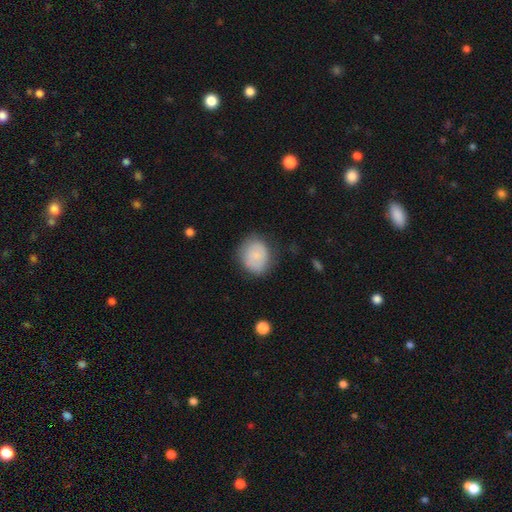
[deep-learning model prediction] Q: Smooth or featured?
A: smooth (78%); runner-up: featured or disk (15%)
Q: How rounded?
A: round (64%); runner-up: in between (35%)
Q: Merging?
A: none (73%); runner-up: minor disturbance (19%)